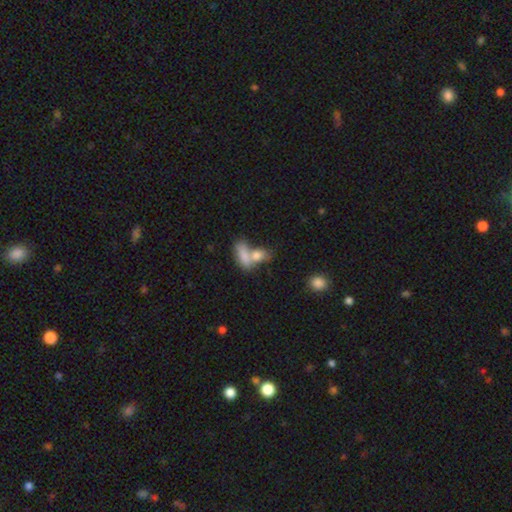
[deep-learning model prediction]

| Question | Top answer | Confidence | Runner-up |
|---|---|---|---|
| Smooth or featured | smooth | 79% | featured or disk (13%) |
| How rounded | in between | 80% | round (10%) |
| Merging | merger | 61% | none (26%) |